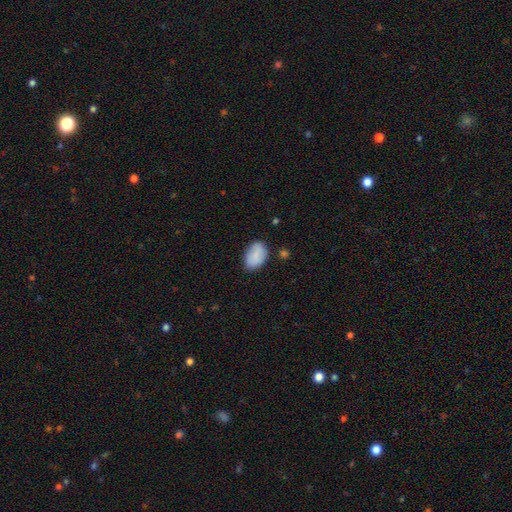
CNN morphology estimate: smooth-or-featured: smooth: 85% | featured or disk: 8% | star or artifact: 7%
  how-rounded: in between: 89% | round: 9% | cigar-shaped: 1%
  merging: none: 73% | minor disturbance: 20% | major disturbance: 4% | merger: 3%